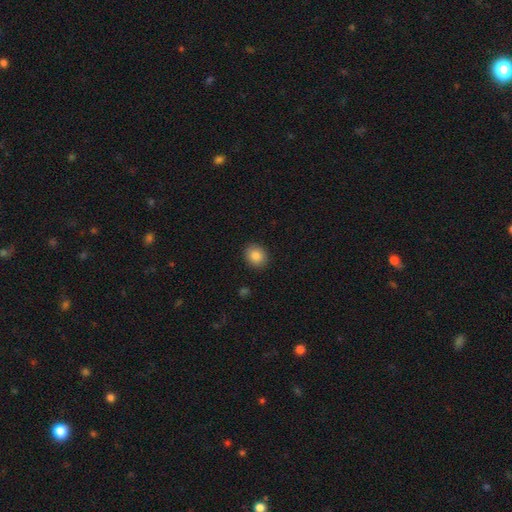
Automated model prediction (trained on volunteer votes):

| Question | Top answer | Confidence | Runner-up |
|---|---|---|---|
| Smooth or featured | smooth | 85% | star or artifact (9%) |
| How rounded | round | 67% | in between (32%) |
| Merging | none | 90% | minor disturbance (7%) |